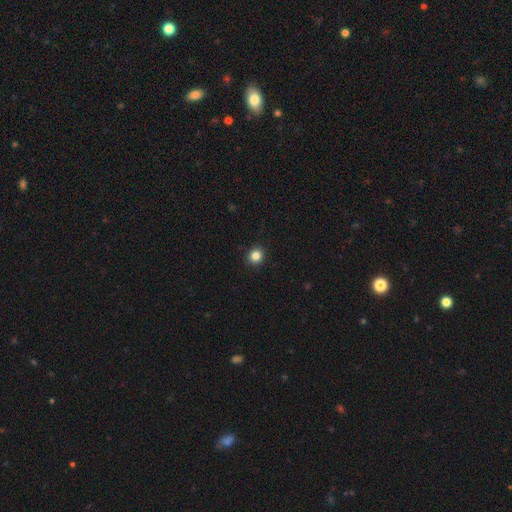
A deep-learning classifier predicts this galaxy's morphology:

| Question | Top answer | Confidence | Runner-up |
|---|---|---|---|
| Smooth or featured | smooth | 84% | star or artifact (12%) |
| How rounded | round | 89% | in between (10%) |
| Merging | none | 92% | minor disturbance (5%) |